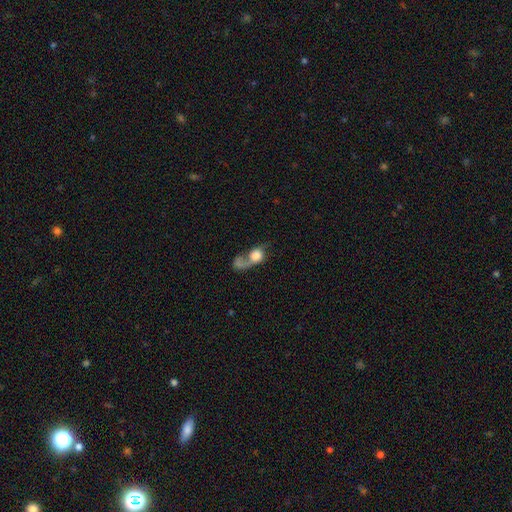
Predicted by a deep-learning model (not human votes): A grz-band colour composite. It shows a smooth galaxy with no disk features (53%) that is round (61%). Merging: major disturbance (41%).